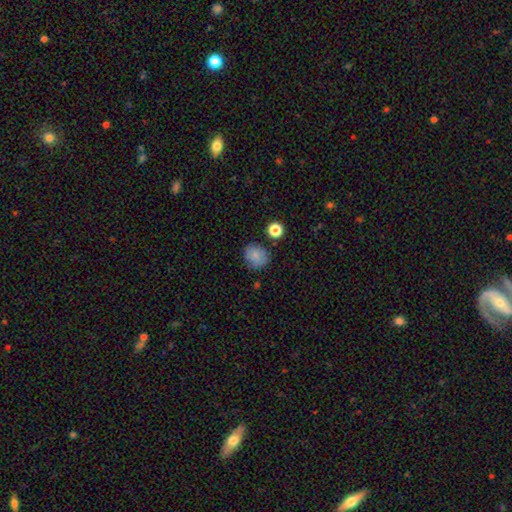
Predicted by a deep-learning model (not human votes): Overall: smooth (80%). How rounded: round (74%). Merging: none (74%).